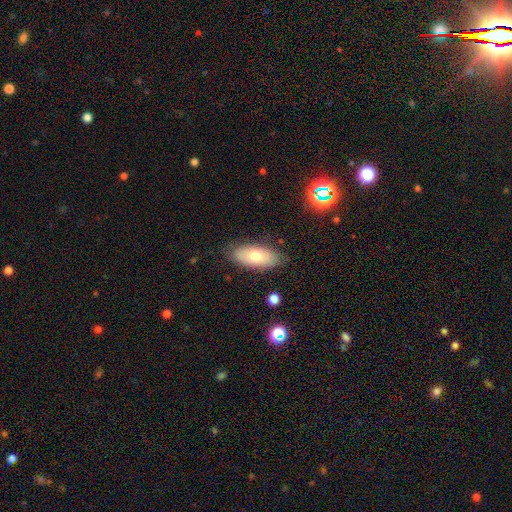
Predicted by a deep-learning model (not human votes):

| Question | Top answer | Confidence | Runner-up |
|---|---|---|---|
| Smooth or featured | smooth | 70% | featured or disk (23%) |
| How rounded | in between | 87% | cigar-shaped (10%) |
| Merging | none | 81% | minor disturbance (14%) |